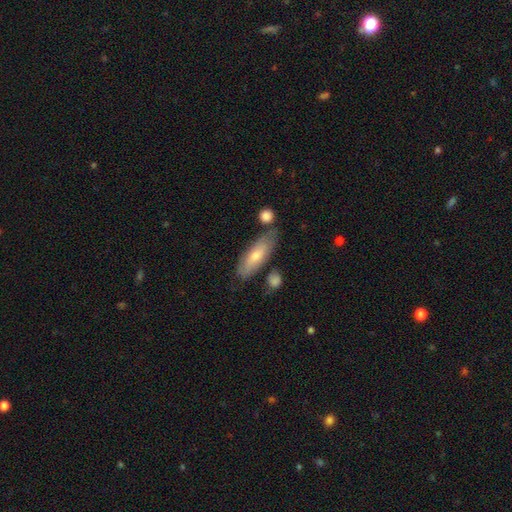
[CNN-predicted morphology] Smooth or featured? Predicted: smooth (p=0.57). How rounded? Predicted: in between (p=0.55). Merging? Predicted: none (p=0.70).